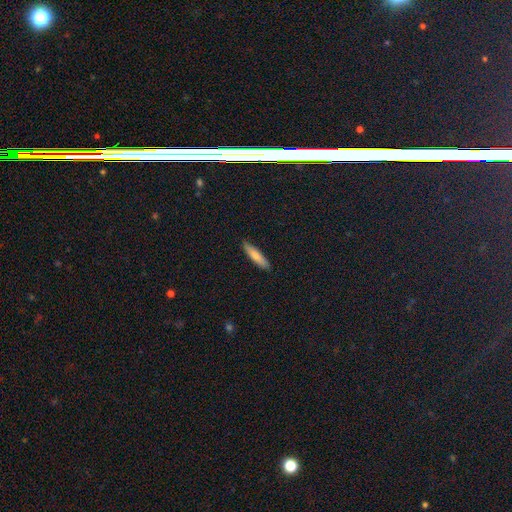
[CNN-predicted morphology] This is likely a smooth galaxy (77%). How rounded: clearly cigar-shaped (82%). Merging: clearly none (89%).